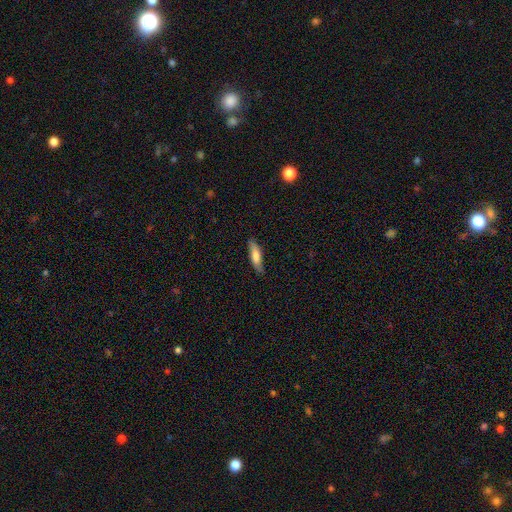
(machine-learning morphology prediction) A smooth galaxy with no disk features (70%) that is cigar-shaped (67%). Merging: none (81%).